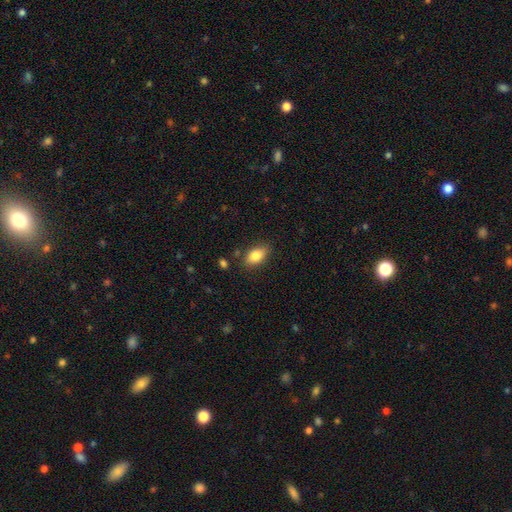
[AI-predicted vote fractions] Q: Smooth or featured?
A: smooth (84%); runner-up: featured or disk (8%)
Q: How rounded?
A: in between (89%); runner-up: round (8%)
Q: Merging?
A: none (83%); runner-up: minor disturbance (12%)